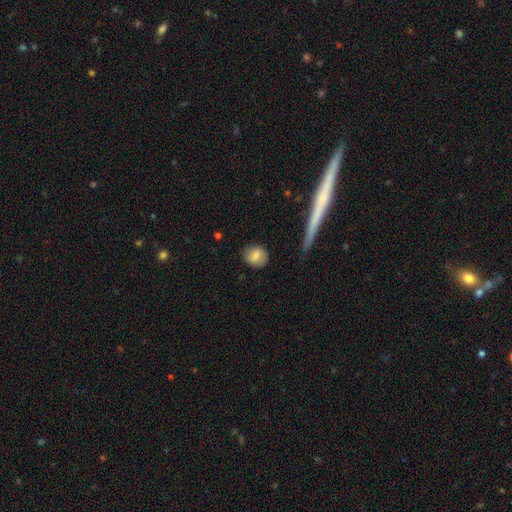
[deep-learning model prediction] Q: Smooth or featured?
A: smooth (76%); runner-up: featured or disk (17%)
Q: How rounded?
A: round (70%); runner-up: in between (28%)
Q: Merging?
A: none (81%); runner-up: minor disturbance (14%)